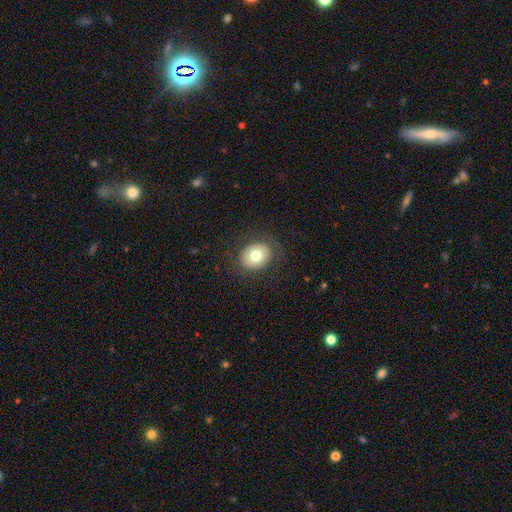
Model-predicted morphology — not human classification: Smooth or featured? Predicted: smooth (p=0.75). How rounded? Predicted: round (p=0.56). Merging? Predicted: none (p=0.85).